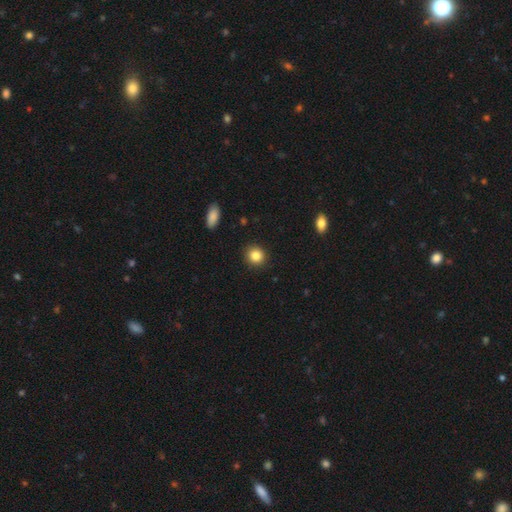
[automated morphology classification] A smooth galaxy with no disk features (85%) that is round (87%). Merging: none (91%).